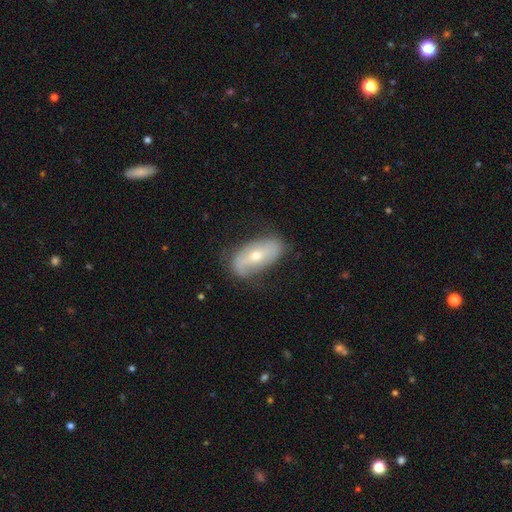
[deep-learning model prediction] This is possibly a featured or disk galaxy (60%). It is clearly not viewed edge-on (85%). Bar: marginally no (41%). Spiral arm pattern: possibly yes (58%). Central bulge: possibly small (51%). Merging: likely none (67%).